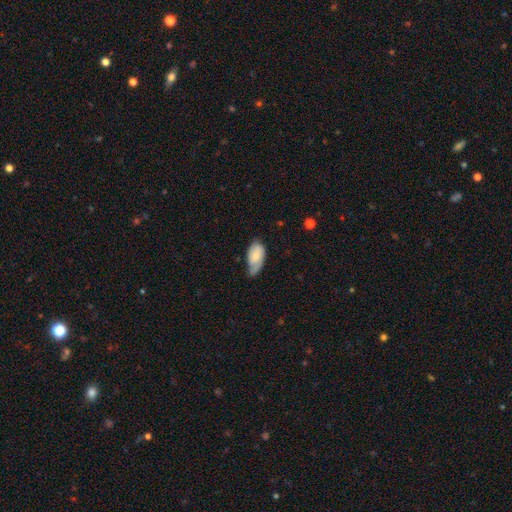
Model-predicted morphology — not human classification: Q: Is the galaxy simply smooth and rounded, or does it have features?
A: smooth — 69%.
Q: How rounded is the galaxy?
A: in between — 93%.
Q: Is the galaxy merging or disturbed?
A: minor disturbance — 44%.